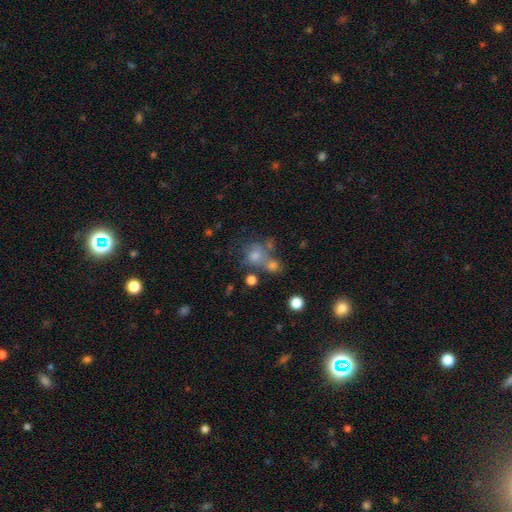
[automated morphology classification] type=smooth (57%); roundness=round (74%); merging=none (44%).